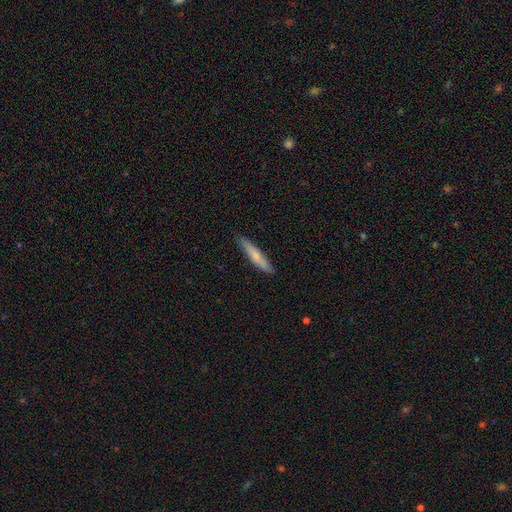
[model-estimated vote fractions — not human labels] Smooth or featured? Predicted: smooth (p=0.65). How rounded? Predicted: cigar-shaped (p=0.90). Merging? Predicted: none (p=0.88).